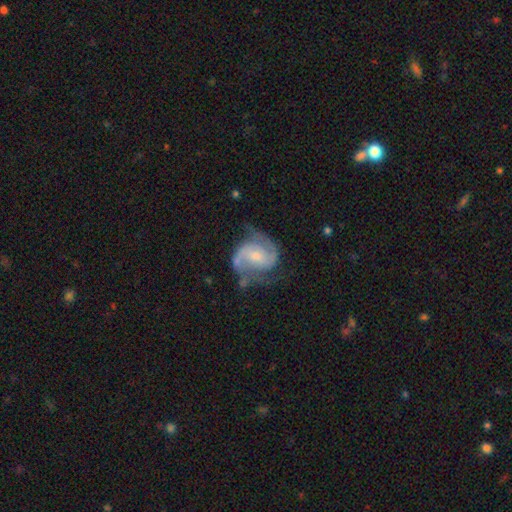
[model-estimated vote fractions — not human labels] This appears to be a featured or disk galaxy (88%) with no bar (48%), 2 (89%) medium (54%) spiral arms (97%) and a small central bulge (54%). Merging: none (64%).